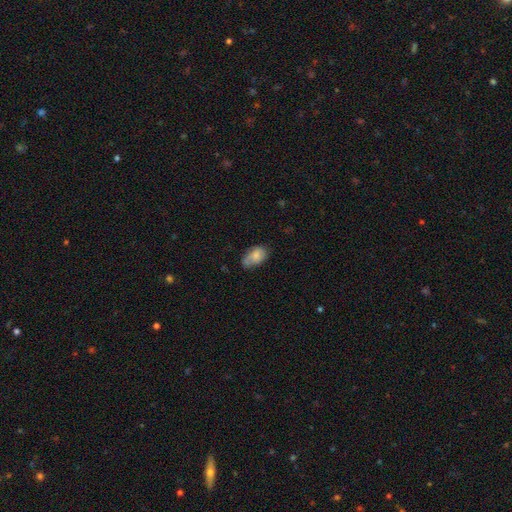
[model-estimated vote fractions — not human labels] Smooth or featured? smooth (70%)
How rounded? in between (90%)
Merging? none (54%)